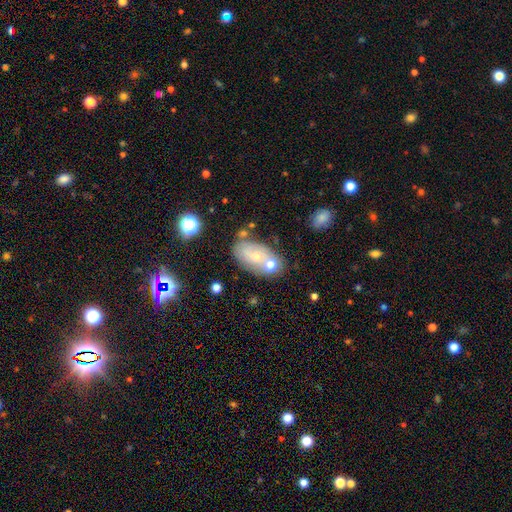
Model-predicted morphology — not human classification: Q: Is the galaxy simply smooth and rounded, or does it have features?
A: smooth — 56%.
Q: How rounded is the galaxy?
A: in between — 89%.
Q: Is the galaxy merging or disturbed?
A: none — 50%.